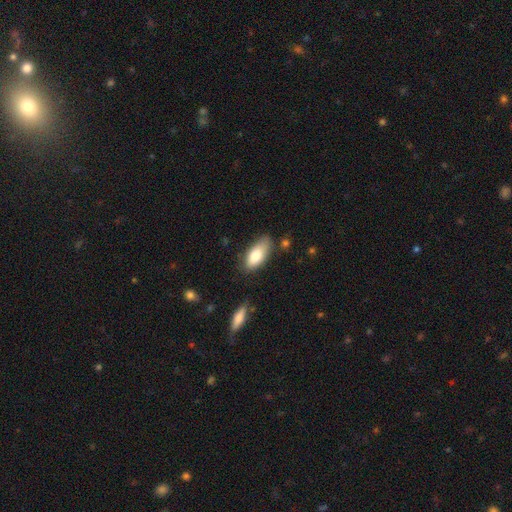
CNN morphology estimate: Smooth or featured?
  - smooth: 78% *
  - featured or disk: 15%
  - star or artifact: 7%
How rounded?
  - in between: 88% *
  - cigar-shaped: 10%
  - round: 3%
Merging?
  - none: 69% *
  - minor disturbance: 22%
  - major disturbance: 5%
  - merger: 4%